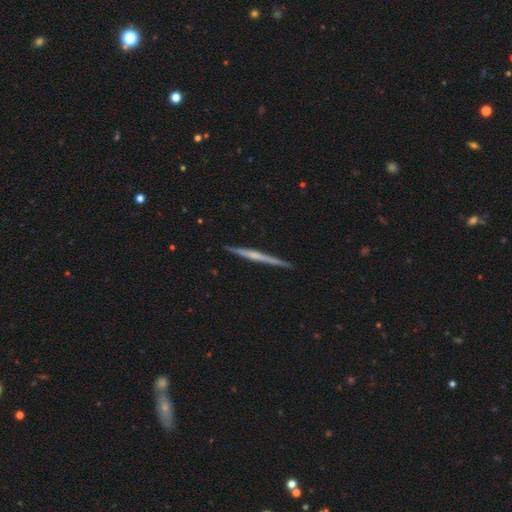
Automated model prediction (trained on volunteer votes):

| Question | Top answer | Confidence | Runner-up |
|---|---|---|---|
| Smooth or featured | featured or disk | 69% | smooth (25%) |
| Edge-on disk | yes | 98% | no (2%) |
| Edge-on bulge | none | 53% | rounded (37%) |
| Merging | none | 92% | minor disturbance (6%) |